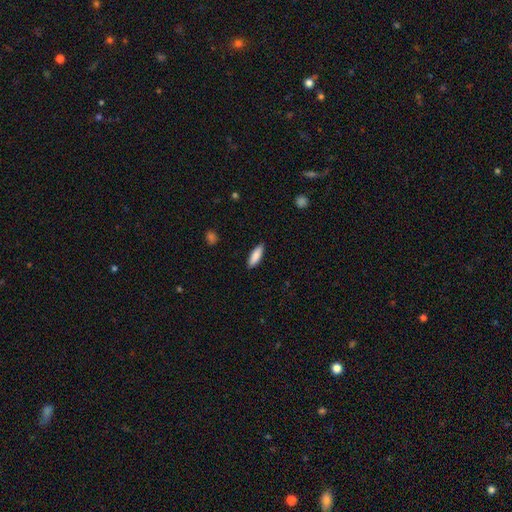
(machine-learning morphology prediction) Smooth or featured? Predicted: smooth (p=0.87). How rounded? Predicted: in between (p=0.52). Merging? Predicted: none (p=0.90).